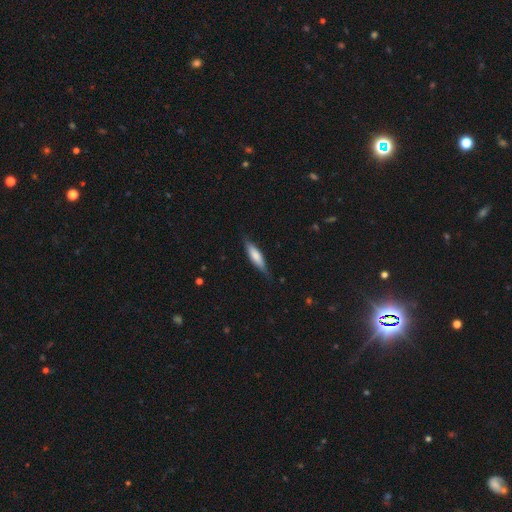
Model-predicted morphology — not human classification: The model was most divided on "how rounded": cigar-shaped: 69%, in between: 30%, round: 2%. More confident: merging — none (78%); smooth or featured — smooth (70%).